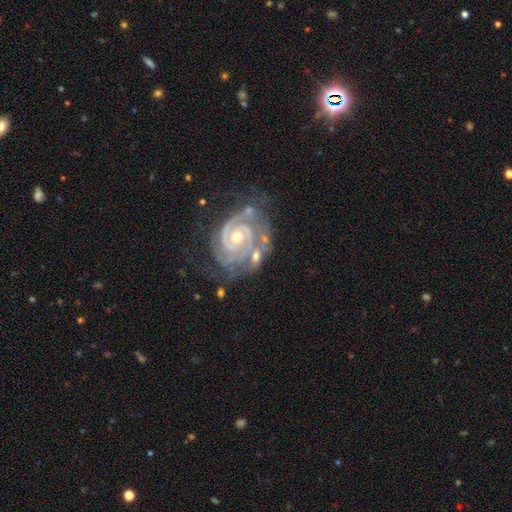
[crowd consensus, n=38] smooth_or_featured: featured or disk (p=0.74) [alt: smooth p=0.21]
disk_edge_on: no (p=1.00)
bar: no (p=0.54) [alt: weak p=0.39]
has_spiral_arms: yes (p=0.96) [alt: no p=0.04]
spiral_winding: tight (p=0.70) [alt: medium p=0.26]
spiral_arm_count: 2 (p=0.78) [alt: can't tell p=0.15]
bulge_size: moderate (p=0.61) [alt: large p=0.21]
merging: none (p=0.47) [alt: major disturbance p=0.22]